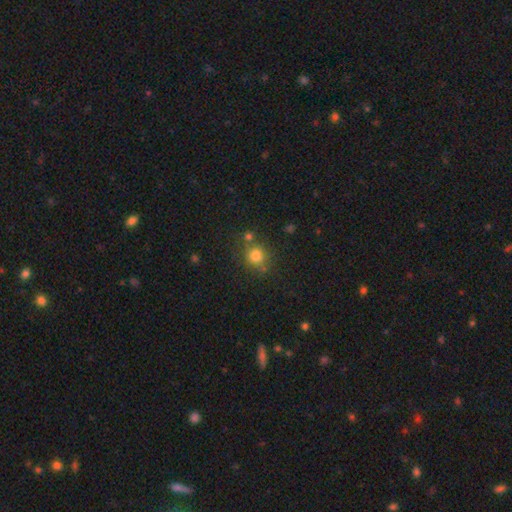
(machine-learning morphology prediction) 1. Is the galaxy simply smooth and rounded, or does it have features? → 79% smooth, 14% star or artifact, 7% featured or disk.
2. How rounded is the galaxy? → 84% round, 15% in between, 1% cigar-shaped.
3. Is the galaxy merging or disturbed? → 68% none, 15% merger, 12% minor disturbance, 4% major disturbance.